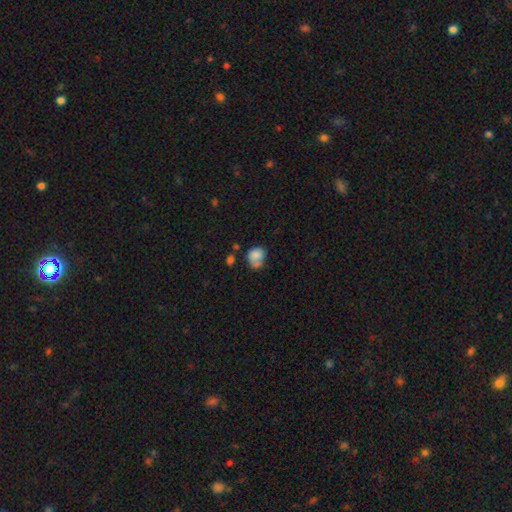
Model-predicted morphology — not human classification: Smooth or featured?
  - smooth: 78% *
  - featured or disk: 13%
  - star or artifact: 9%
How rounded?
  - round: 55% *
  - in between: 44%
  - cigar-shaped: 1%
Merging?
  - none: 38% *
  - minor disturbance: 26%
  - merger: 22%
  - major disturbance: 13%